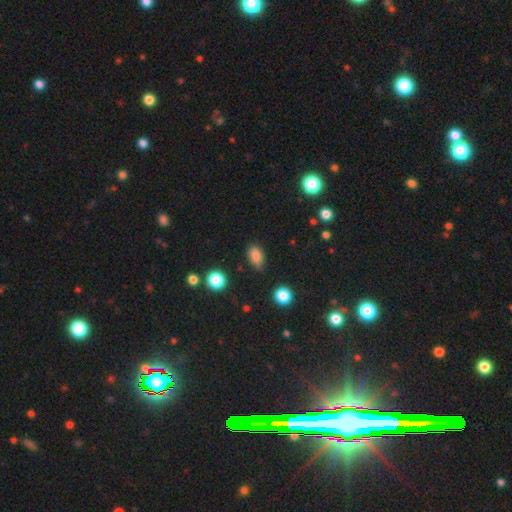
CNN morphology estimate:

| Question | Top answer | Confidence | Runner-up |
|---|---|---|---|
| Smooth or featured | smooth | 83% | star or artifact (11%) |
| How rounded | in between | 84% | round (14%) |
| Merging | none | 71% | minor disturbance (22%) |